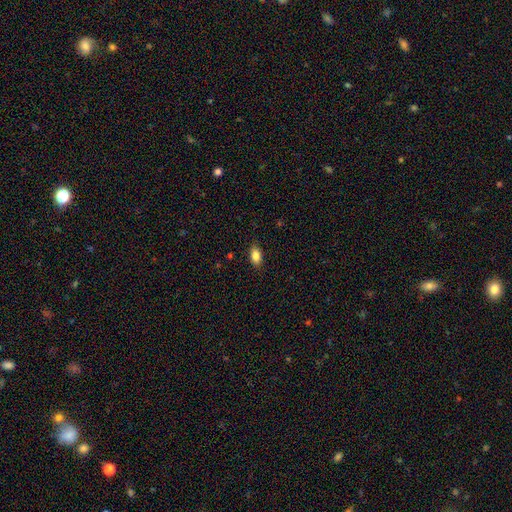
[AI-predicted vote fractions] Overall: smooth (84%). How rounded: in between (88%). Merging: none (85%).